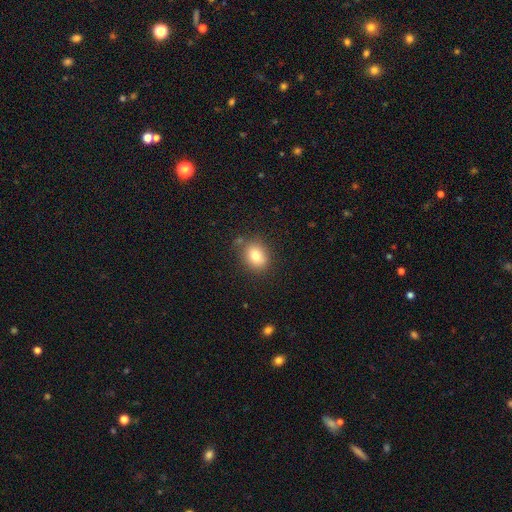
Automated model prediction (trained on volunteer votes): A smooth galaxy with no disk features (79%) that is round (51%).

Vote fractions:
- Smooth or featured? smooth: 79% / featured or disk: 11% / star or artifact: 10%
- How rounded? round: 51% / in between: 48% / cigar-shaped: 1%
- Merging? none: 78% / minor disturbance: 13% / merger: 5% / major disturbance: 3%